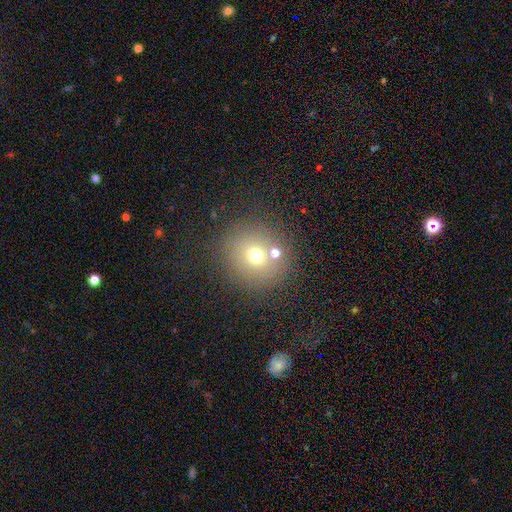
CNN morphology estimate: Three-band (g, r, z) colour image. It shows a smooth galaxy with no disk features (66%) that is round (89%). Merging: none (72%).